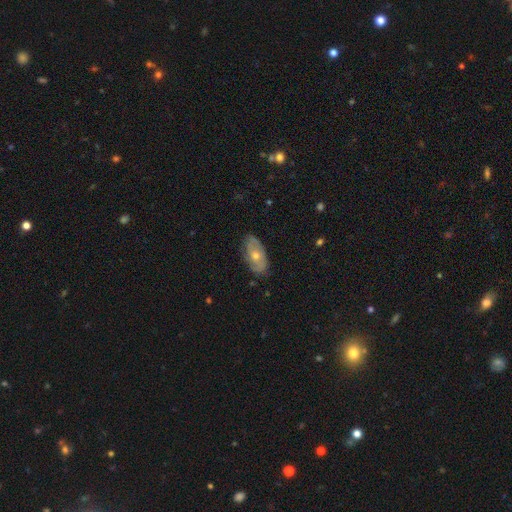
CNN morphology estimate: type=featured or disk (65%); edge-on=no (89%); bar=no (77%); spiral arms=yes (68%); bulge=moderate (65%); merging=none (82%).